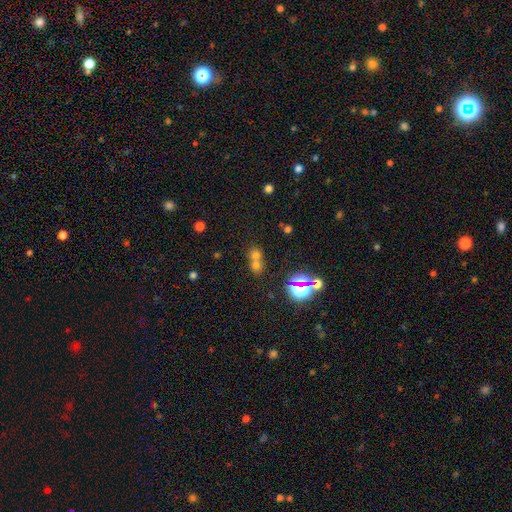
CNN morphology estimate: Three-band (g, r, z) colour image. It shows a smooth galaxy with no disk features (56%) that is round (76%). Merging: merger (52%).